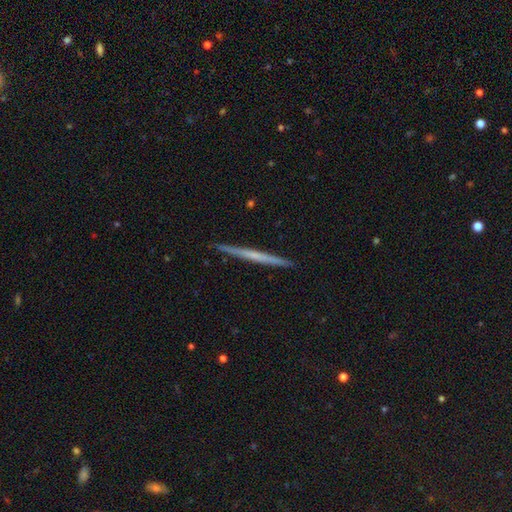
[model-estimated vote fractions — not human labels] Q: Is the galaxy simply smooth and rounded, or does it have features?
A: featured or disk — 58%.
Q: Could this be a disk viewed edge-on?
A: yes — 98%.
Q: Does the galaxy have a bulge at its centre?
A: none — 81%.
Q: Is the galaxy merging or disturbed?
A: none — 92%.